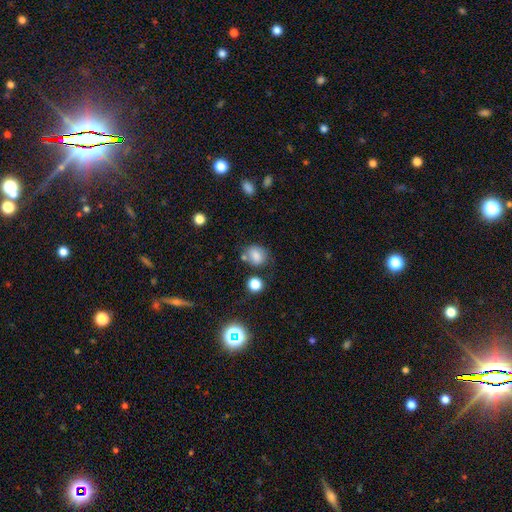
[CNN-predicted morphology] A smooth galaxy with no disk features (77%) that is round (56%). Merging: none (59%).